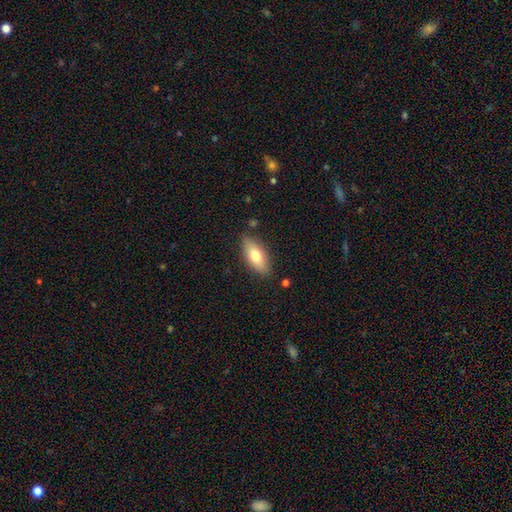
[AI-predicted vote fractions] Smooth or featured? Predicted: smooth (p=0.70). How rounded? Predicted: in between (p=0.80). Merging? Predicted: none (p=0.83).